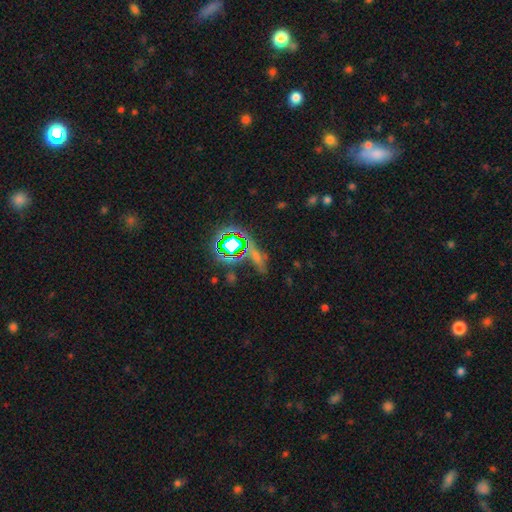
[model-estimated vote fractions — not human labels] Smooth or featured: star or artifact — 64% (smooth — 22%)